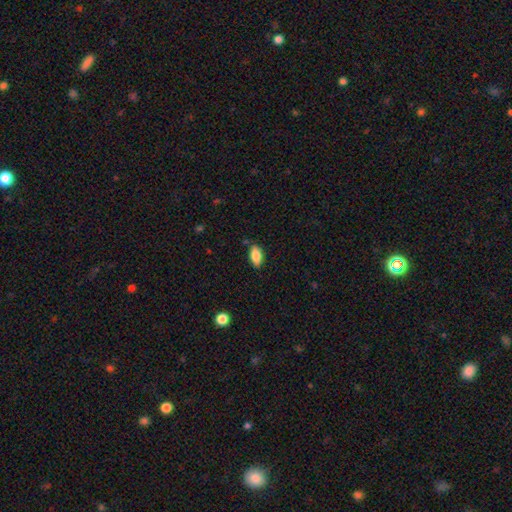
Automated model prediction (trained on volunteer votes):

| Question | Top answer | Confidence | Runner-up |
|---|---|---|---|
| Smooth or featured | smooth | 84% | featured or disk (9%) |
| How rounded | in between | 90% | cigar-shaped (7%) |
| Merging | none | 83% | minor disturbance (13%) |